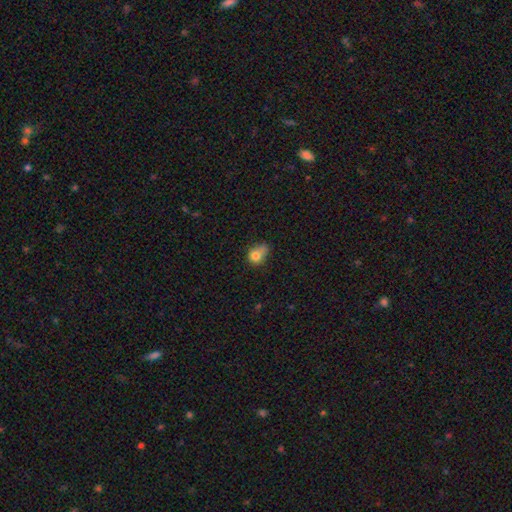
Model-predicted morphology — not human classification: Smooth or featured: smooth — 77% (star or artifact — 11%)
How rounded: in between — 49% (tied with round — 49%)
Merging: minor disturbance — 38% (none — 32%)